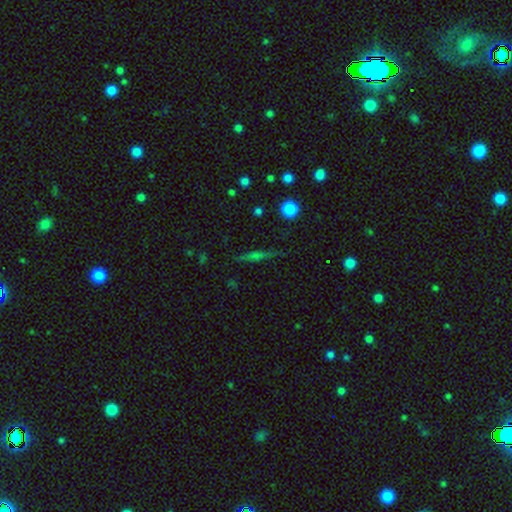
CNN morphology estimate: Q: Smooth or featured?
A: featured or disk (50%); runner-up: smooth (33%)
Q: Edge-on disk?
A: yes (94%); runner-up: no (6%)
Q: Merging?
A: none (85%); runner-up: minor disturbance (10%)